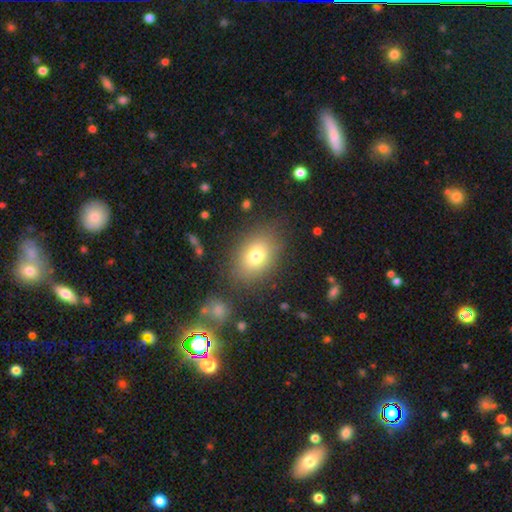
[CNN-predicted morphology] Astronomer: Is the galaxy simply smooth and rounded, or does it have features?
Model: smooth — 75%.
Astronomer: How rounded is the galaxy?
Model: in between — 65%.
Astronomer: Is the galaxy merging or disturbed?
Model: none — 81%.